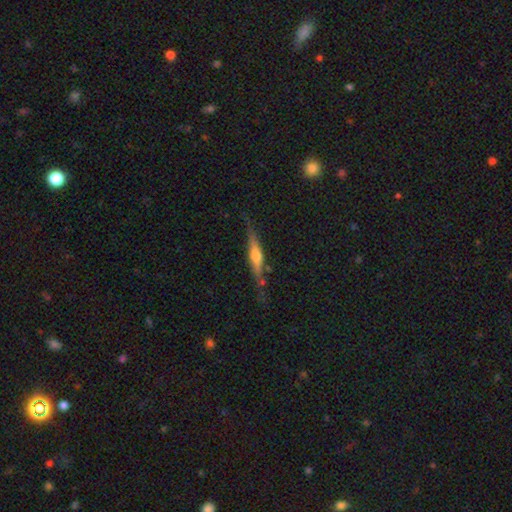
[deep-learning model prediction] Overall: featured or disk (66%; smooth 27%). Edge-on disk: yes (95%). Edge-on bulge: rounded (85%). Merging: none (71%).